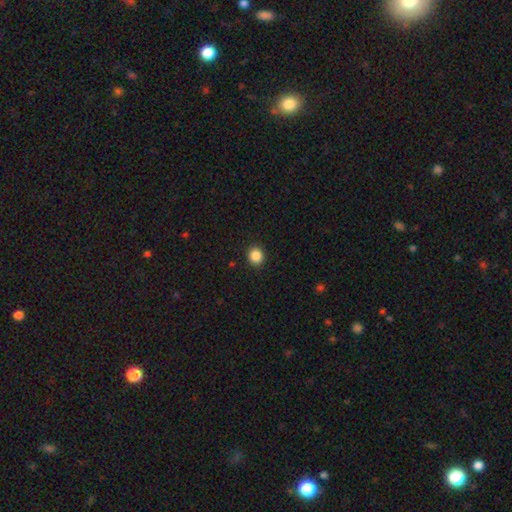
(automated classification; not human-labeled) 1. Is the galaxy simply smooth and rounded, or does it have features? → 87% smooth, 10% star or artifact, 3% featured or disk.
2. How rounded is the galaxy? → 85% round, 14% in between, 1% cigar-shaped.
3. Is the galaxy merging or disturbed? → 92% none, 5% minor disturbance, 2% major disturbance, 1% merger.